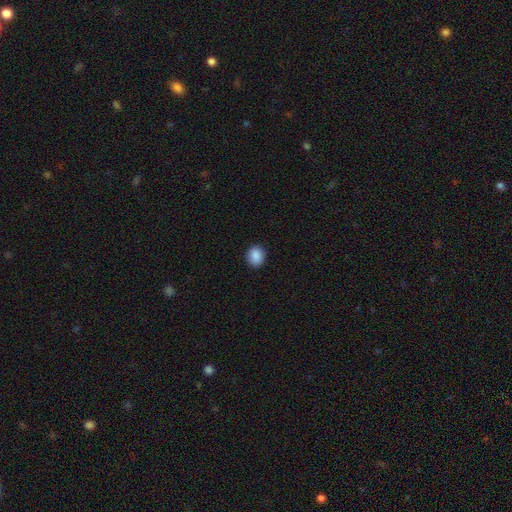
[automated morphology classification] smooth-or-featured: smooth: 88% | star or artifact: 9% | featured or disk: 3%
  how-rounded: round: 69% | in between: 30% | cigar-shaped: 1%
  merging: none: 90% | minor disturbance: 7% | major disturbance: 2% | merger: 1%